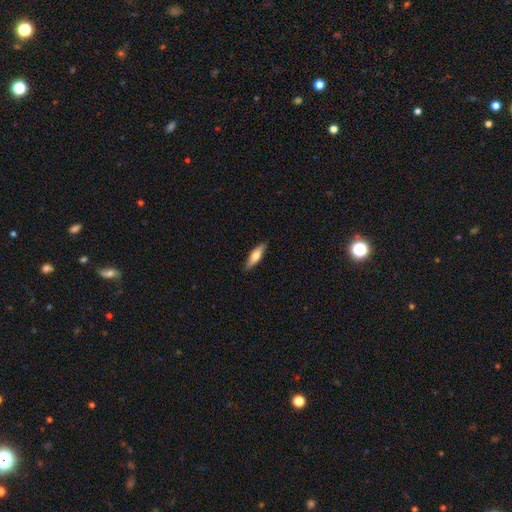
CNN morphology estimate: Smooth or featured? smooth (65%)
How rounded? cigar-shaped (63%)
Merging? none (88%)